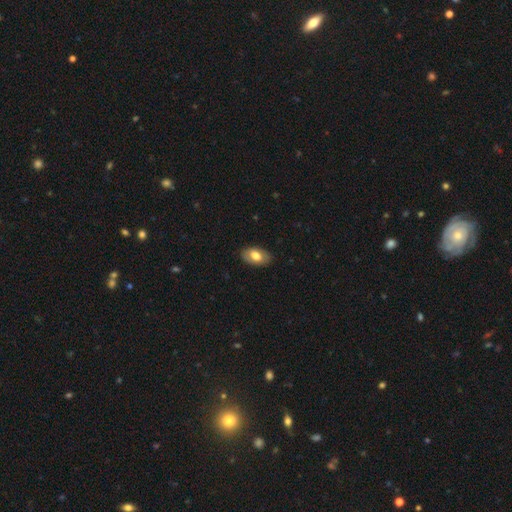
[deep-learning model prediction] Overall: smooth (74%). How rounded: in between (93%). Merging: none (86%).